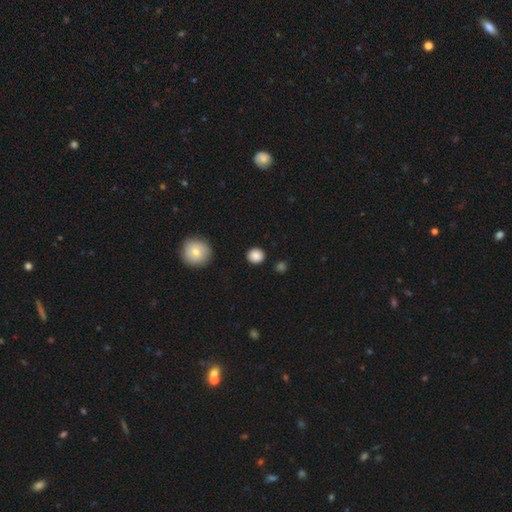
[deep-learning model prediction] A smooth galaxy with no disk features (87%) that is round (88%).

Vote fractions:
- Smooth or featured? smooth: 87% / star or artifact: 9% / featured or disk: 4%
- How rounded? round: 88% / in between: 11% / cigar-shaped: 1%
- Merging? none: 90% / minor disturbance: 6% / major disturbance: 2% / merger: 2%